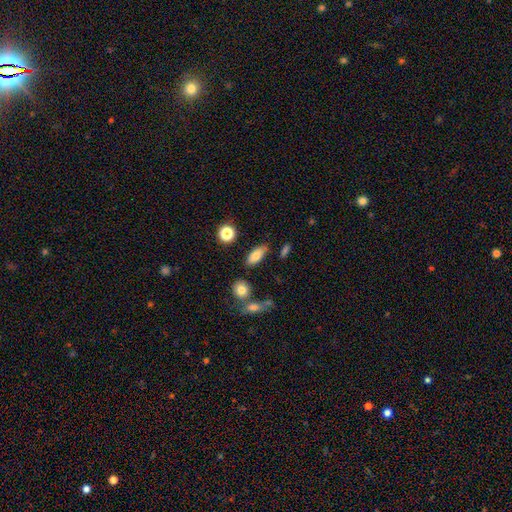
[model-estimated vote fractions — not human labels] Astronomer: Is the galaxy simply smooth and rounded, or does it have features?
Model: smooth — 79%.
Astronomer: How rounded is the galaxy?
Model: in between — 81%.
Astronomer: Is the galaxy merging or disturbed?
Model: none — 80%.